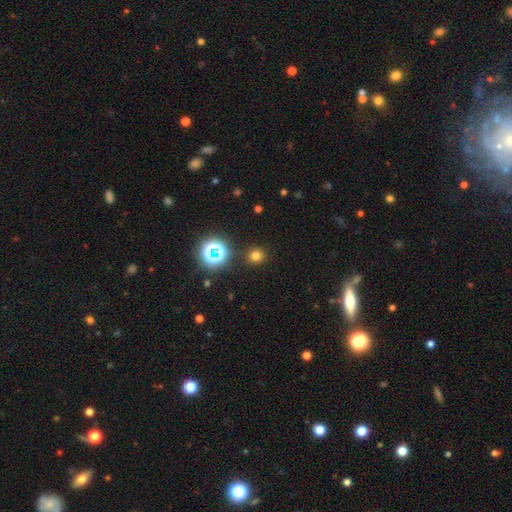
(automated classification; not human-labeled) smooth_or_featured: smooth (p=0.71) [alt: star or artifact p=0.23]
how_rounded: round (p=0.91) [alt: in between p=0.08]
merging: none (p=0.89) [alt: minor disturbance p=0.06]